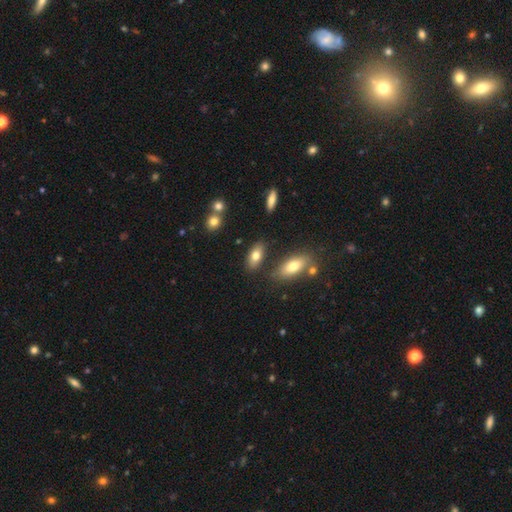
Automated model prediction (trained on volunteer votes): A smooth galaxy with no disk features (75%) that is in between round and cigar-shaped (87%).

Vote fractions:
- Smooth or featured? smooth: 75% / featured or disk: 16% / star or artifact: 9%
- How rounded? in between: 87% / cigar-shaped: 8% / round: 5%
- Merging? none: 76% / minor disturbance: 13% / merger: 7% / major disturbance: 3%